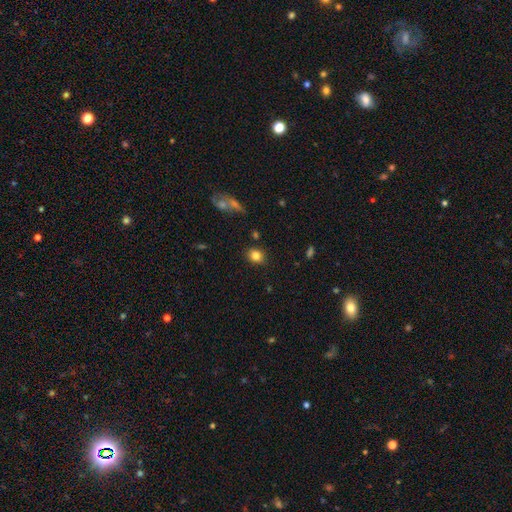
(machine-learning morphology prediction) The model was most divided on "how rounded": round: 62%, in between: 37%, cigar-shaped: 1%. More confident: merging — none (85%); smooth or featured — smooth (83%).